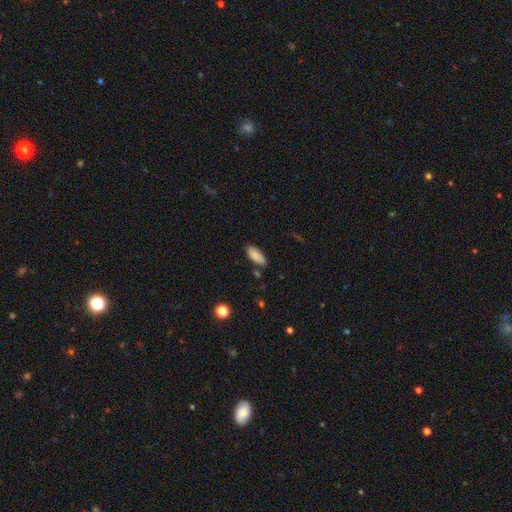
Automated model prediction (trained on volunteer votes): Smooth or featured?
  - smooth: 87% *
  - star or artifact: 7%
  - featured or disk: 6%
How rounded?
  - in between: 84% *
  - cigar-shaped: 14%
  - round: 2%
Merging?
  - none: 78% *
  - minor disturbance: 15%
  - merger: 3%
  - major disturbance: 3%